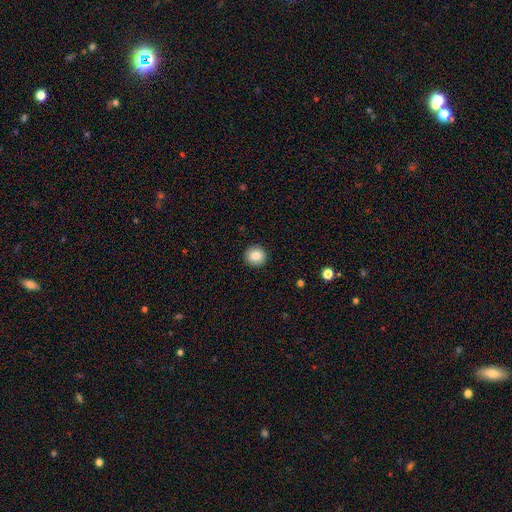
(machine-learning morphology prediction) Smooth or featured? Predicted: smooth (p=0.84). How rounded? Predicted: round (p=0.94). Merging? Predicted: none (p=0.93).